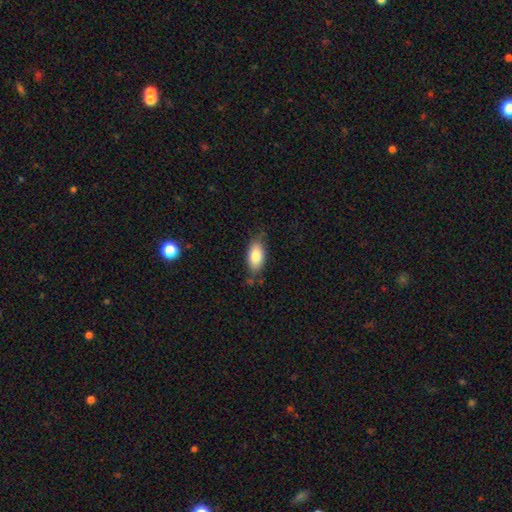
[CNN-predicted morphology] smooth 81%, featured or disk 12%, star or artifact 7%. Down the decision tree: how rounded — in between (90%); merging — none (71%).